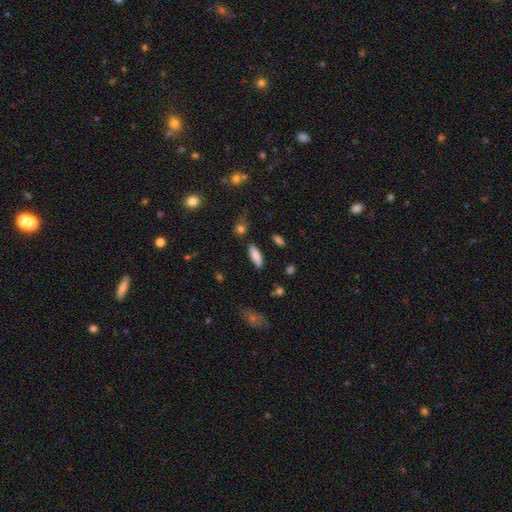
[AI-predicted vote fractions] Smooth or featured: smooth — 82% (featured or disk — 11%)
How rounded: in between — 52% (cigar-shaped — 46%)
Merging: none — 84% (minor disturbance — 11%)